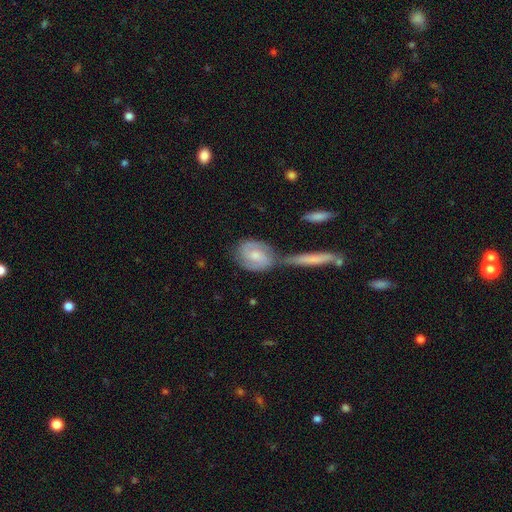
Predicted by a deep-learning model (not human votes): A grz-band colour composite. It shows a featured or disk galaxy (66%) with no bar (49%), 2 (81%) medium (46%) spiral arms (91%) and a moderate central bulge (54%). Merging: none (48%).